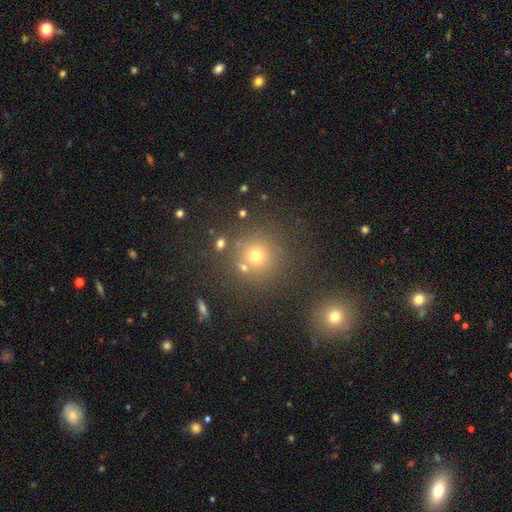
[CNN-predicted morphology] Smooth or featured? Predicted: smooth (p=0.68). How rounded? Predicted: round (p=0.92). Merging? Predicted: none (p=0.75).